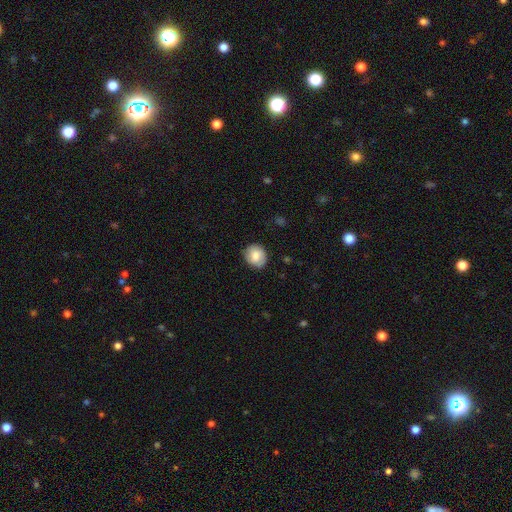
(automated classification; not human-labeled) This is likely a smooth galaxy (76%). How rounded: likely round (73%). Merging: clearly none (80%).